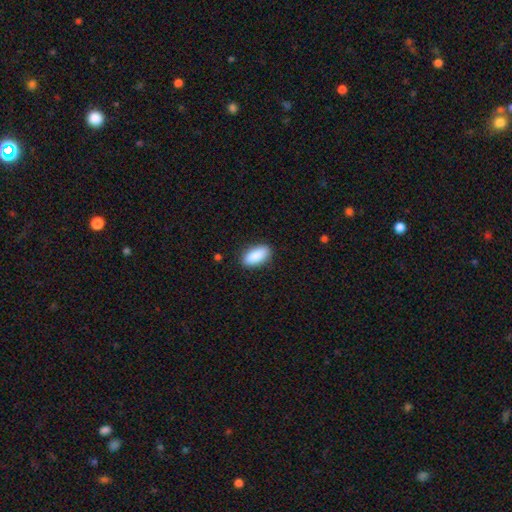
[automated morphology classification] Smooth or featured? Predicted: smooth (p=0.89). How rounded? Predicted: in between (p=0.87). Merging? Predicted: none (p=0.87).